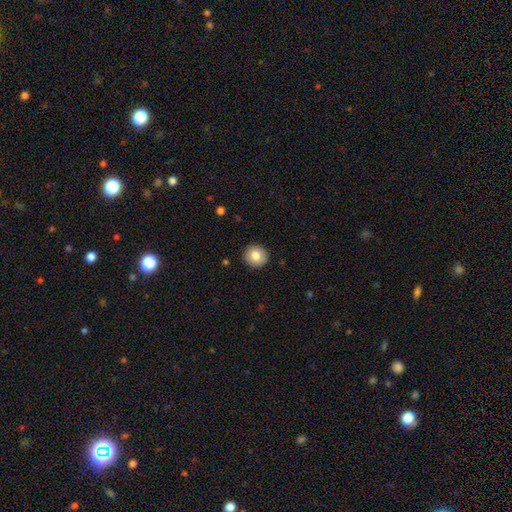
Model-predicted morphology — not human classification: type=smooth (80%); roundness=round (92%); merging=none (91%).